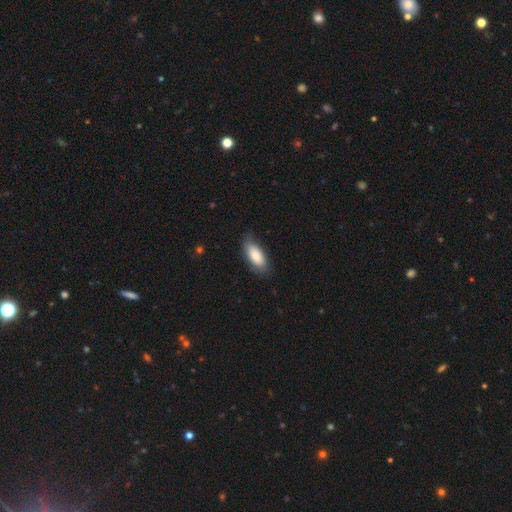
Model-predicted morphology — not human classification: Smooth or featured? Predicted: smooth (p=0.82). How rounded? Predicted: in between (p=0.84). Merging? Predicted: none (p=0.73).